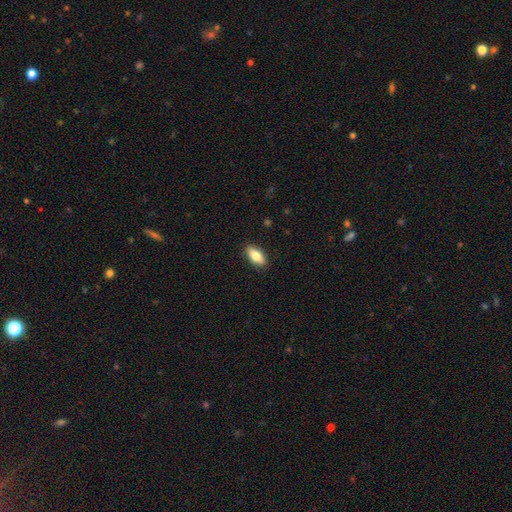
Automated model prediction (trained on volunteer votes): smooth 77%, featured or disk 16%, star or artifact 7%. Down the decision tree: how rounded — in between (85%); merging — none (88%).